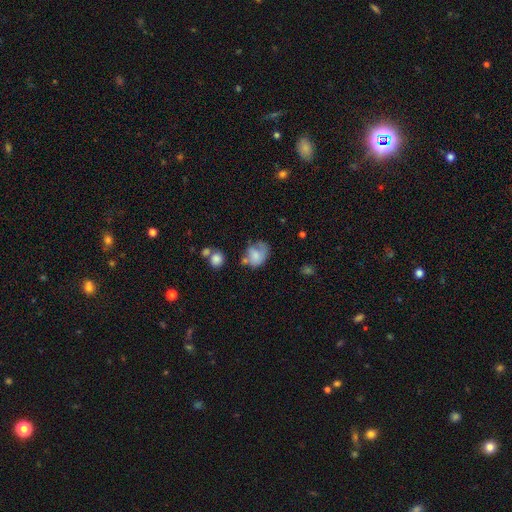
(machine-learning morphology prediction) Q: Smooth or featured?
A: smooth (68%); runner-up: featured or disk (23%)
Q: How rounded?
A: in between (54%); runner-up: round (45%)
Q: Merging?
A: none (36%); runner-up: minor disturbance (30%)